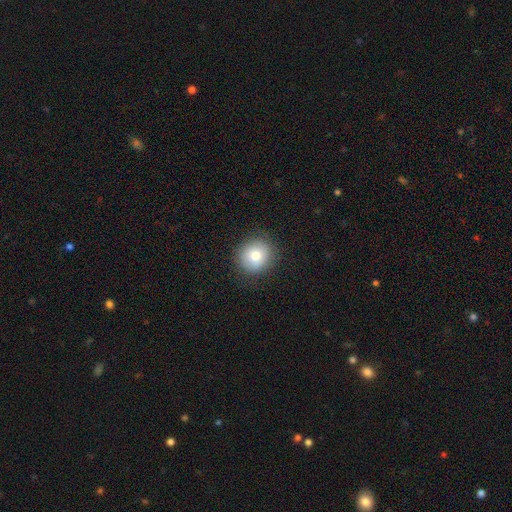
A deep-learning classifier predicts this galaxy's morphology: Smooth or featured? smooth (77%)
How rounded? round (87%)
Merging? none (87%)